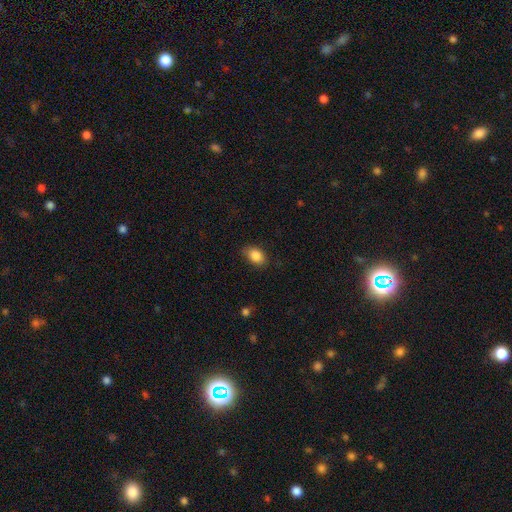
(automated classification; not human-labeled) Smooth or featured? smooth (87%)
How rounded? in between (84%)
Merging? none (79%)